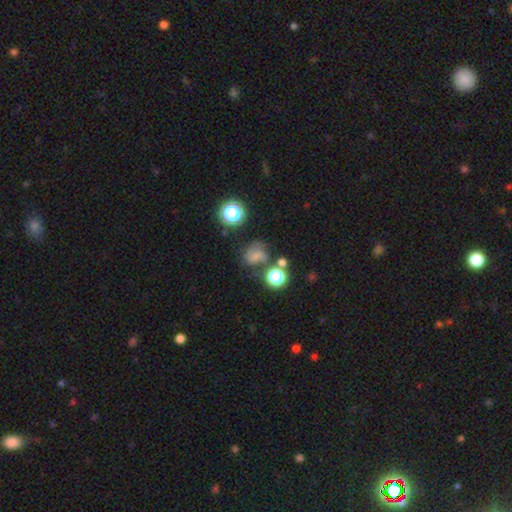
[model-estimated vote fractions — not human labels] smooth_or_featured: smooth (p=0.47) [alt: featured or disk p=0.31]
merging: none (p=0.46) [alt: minor disturbance p=0.22]